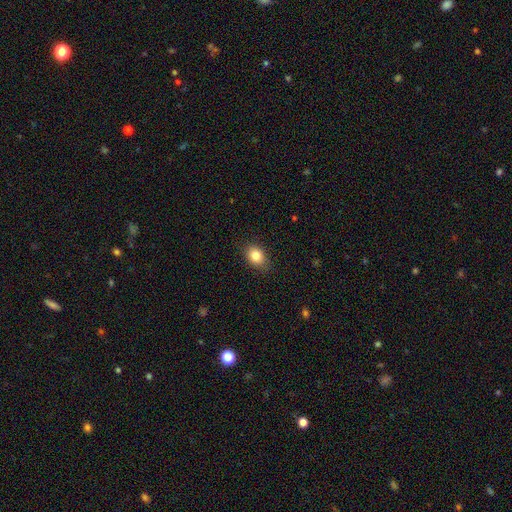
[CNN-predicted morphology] smooth 84%, star or artifact 9%, featured or disk 7%. Down the decision tree: how rounded — in between (65%); merging — none (84%).